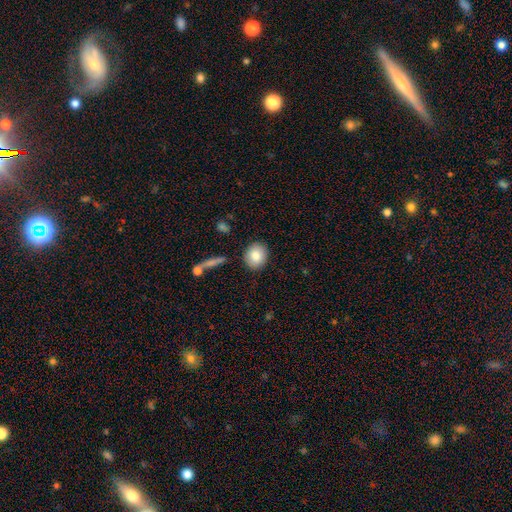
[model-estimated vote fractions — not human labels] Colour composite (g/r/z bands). It shows a smooth galaxy with no disk features (83%) that is round (70%). Merging: none (88%).